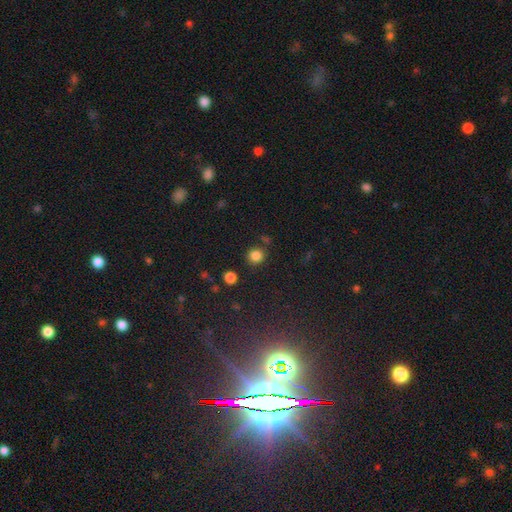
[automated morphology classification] A smooth galaxy with no disk features (83%) that is round (89%). Merging: none (83%).